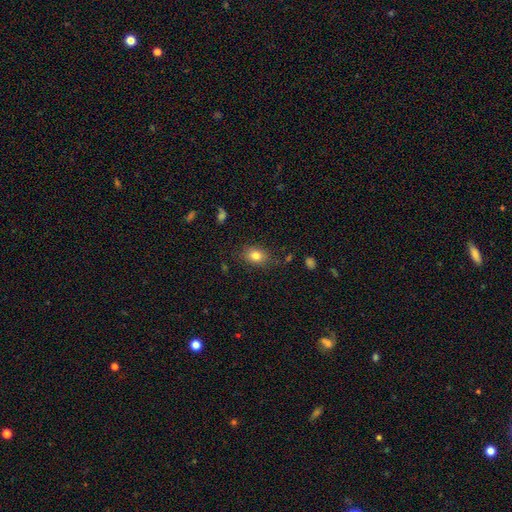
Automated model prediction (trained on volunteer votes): Smooth or featured? Predicted: smooth (p=0.82). How rounded? Predicted: in between (p=0.68). Merging? Predicted: none (p=0.81).